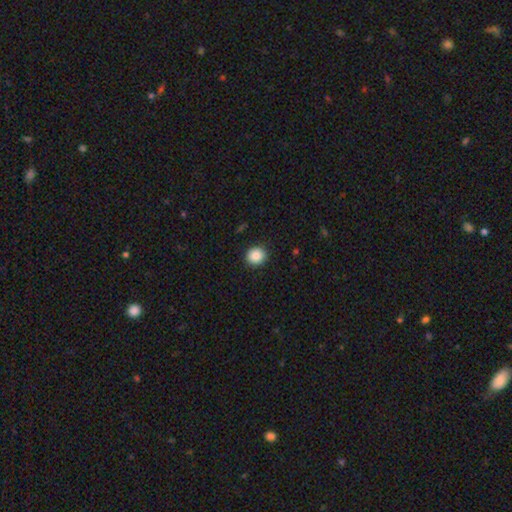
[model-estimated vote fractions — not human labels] Overall: smooth (88%). How rounded: round (83%). Merging: none (91%).